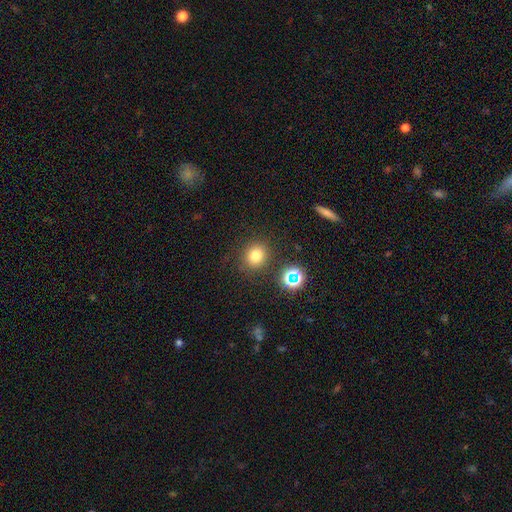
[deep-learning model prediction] Overall: smooth (77%). How rounded: round (80%). Merging: none (84%).